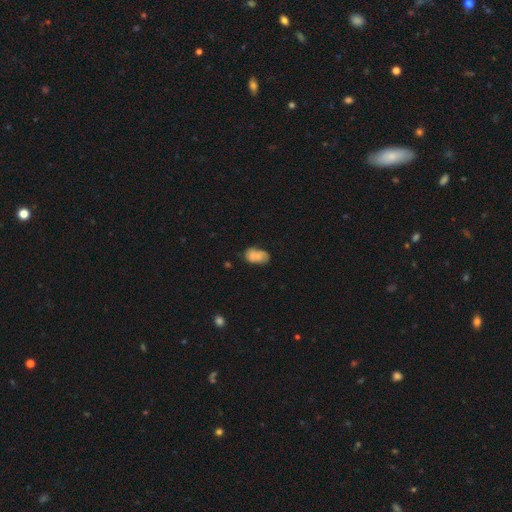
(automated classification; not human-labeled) Smooth or featured: smooth — 73% (featured or disk — 18%)
How rounded: in between — 91% (round — 8%)
Merging: none — 54% (minor disturbance — 29%)